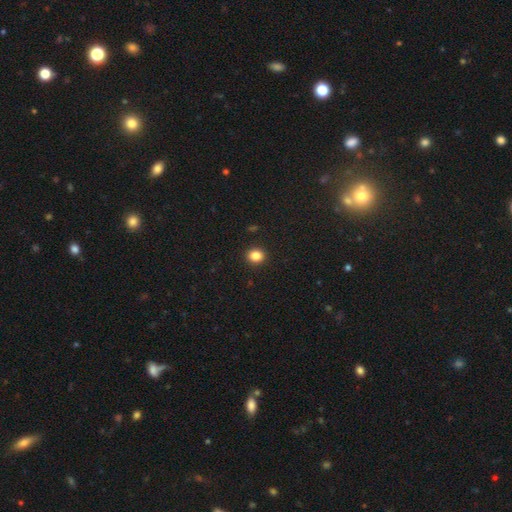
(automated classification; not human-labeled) Morphology: type=smooth (86%); roundness=round (65%); merging=none (91%).